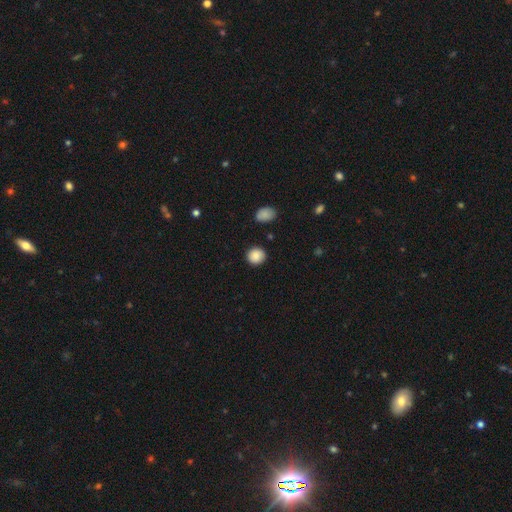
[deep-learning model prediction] smooth_or_featured: smooth (p=0.88) [alt: star or artifact p=0.08]
how_rounded: round (p=0.87) [alt: in between p=0.12]
merging: none (p=0.88) [alt: minor disturbance p=0.07]